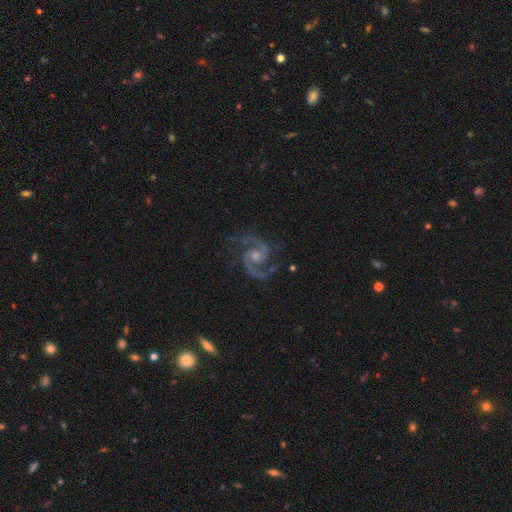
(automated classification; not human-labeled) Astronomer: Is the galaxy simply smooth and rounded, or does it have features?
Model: featured or disk — 93%.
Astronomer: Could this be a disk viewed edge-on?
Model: no — 98%.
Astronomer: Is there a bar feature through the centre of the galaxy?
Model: no — 55% (runner-up: weak, 36%).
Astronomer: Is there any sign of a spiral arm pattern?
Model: yes — 99%.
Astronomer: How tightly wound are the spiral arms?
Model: medium — 69%.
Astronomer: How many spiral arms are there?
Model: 2 — 94%.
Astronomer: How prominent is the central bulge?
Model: small — 49% (runner-up: moderate, 43%).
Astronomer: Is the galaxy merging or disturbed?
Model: none — 80%.